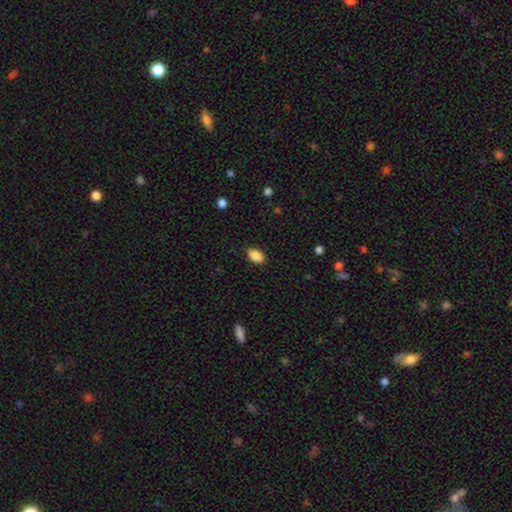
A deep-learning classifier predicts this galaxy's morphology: The model was most divided on "merging": none: 88%, minor disturbance: 9%, major disturbance: 2%, merger: 1%. More confident: how rounded — in between (90%); smooth or featured — smooth (89%).